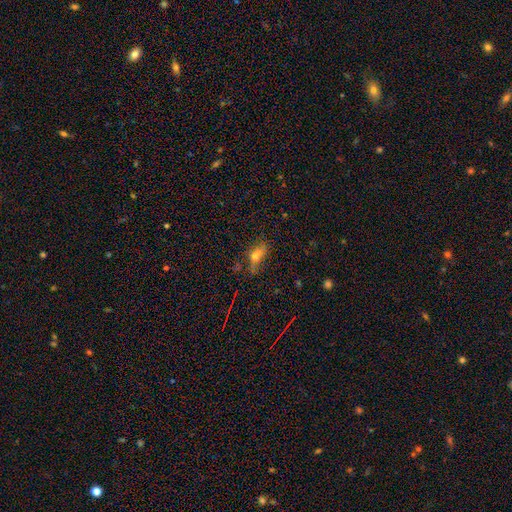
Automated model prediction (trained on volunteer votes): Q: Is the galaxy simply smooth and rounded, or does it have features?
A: smooth — 50%.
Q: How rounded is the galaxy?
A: in between — 63%.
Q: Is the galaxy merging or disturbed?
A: none — 48%.